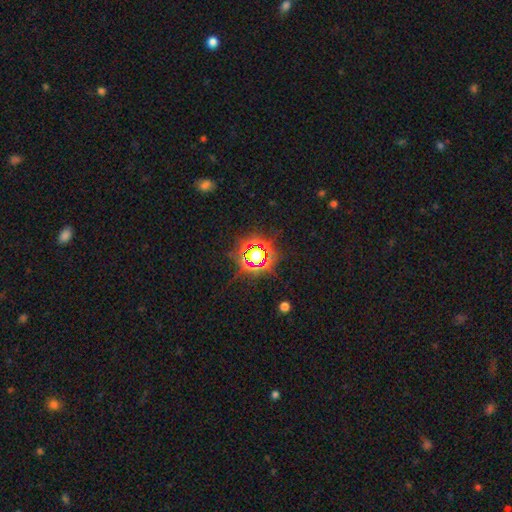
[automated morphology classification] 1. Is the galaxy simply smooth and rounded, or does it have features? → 69% star or artifact, 19% smooth, 12% featured or disk.